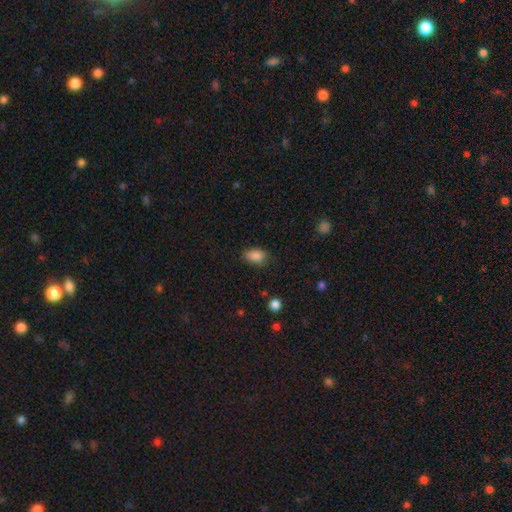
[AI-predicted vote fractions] This is clearly a smooth galaxy (87%). How rounded: clearly in between (86%). Merging: likely none (78%).